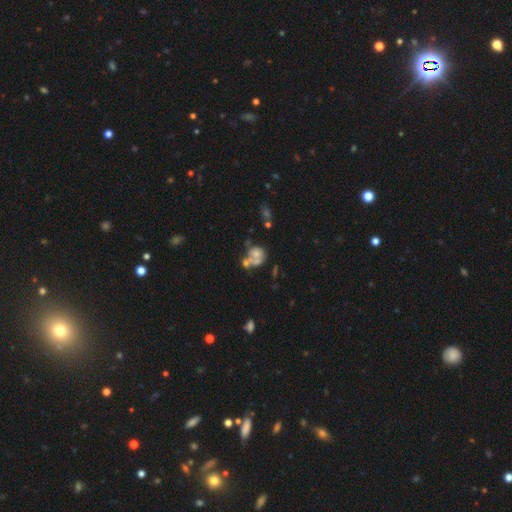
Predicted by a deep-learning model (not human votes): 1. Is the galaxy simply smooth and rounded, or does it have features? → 46% smooth, 41% featured or disk, 13% star or artifact.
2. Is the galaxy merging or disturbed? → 49% merger, 23% none, 16% major disturbance, 13% minor disturbance.